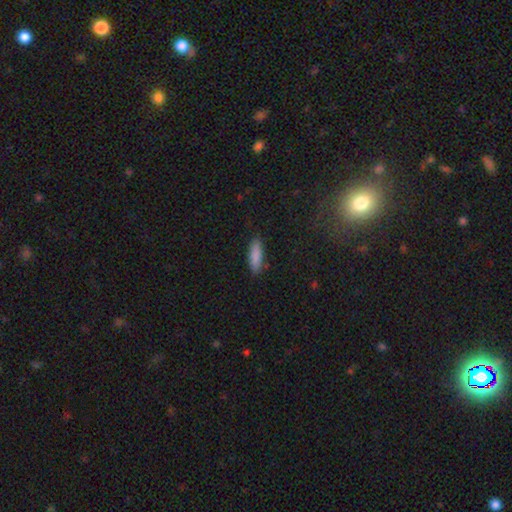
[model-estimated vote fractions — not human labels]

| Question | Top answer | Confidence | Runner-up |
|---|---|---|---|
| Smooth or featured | smooth | 88% | star or artifact (6%) |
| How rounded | in between | 51% | cigar-shaped (47%) |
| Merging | none | 86% | minor disturbance (11%) |